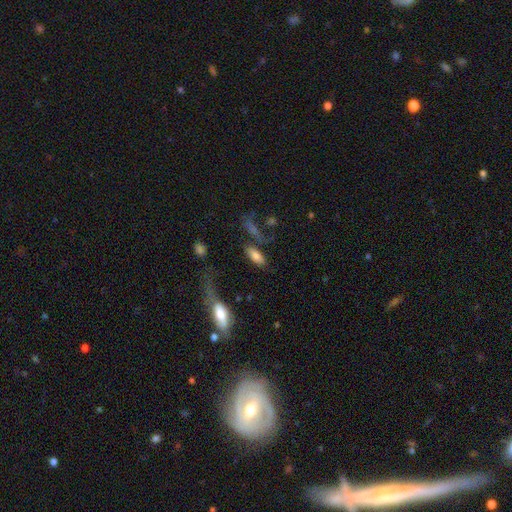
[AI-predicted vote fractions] Overall: smooth (75%). How rounded: in between (77%). Merging: none (59%).